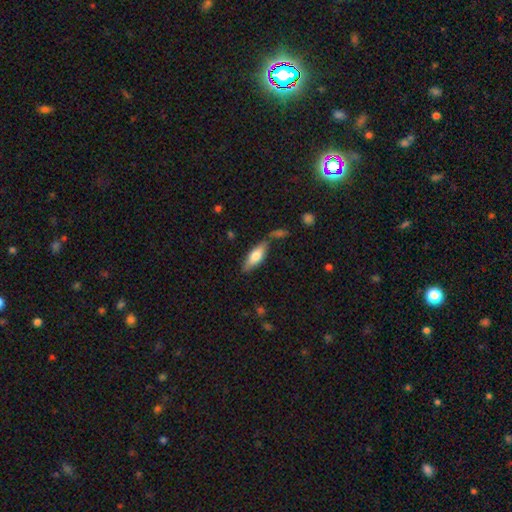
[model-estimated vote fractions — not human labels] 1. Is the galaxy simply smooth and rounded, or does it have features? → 66% smooth, 28% featured or disk, 6% star or artifact.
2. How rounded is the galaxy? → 60% in between, 38% cigar-shaped, 2% round.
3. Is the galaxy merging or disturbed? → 66% none, 17% minor disturbance, 12% merger, 5% major disturbance.